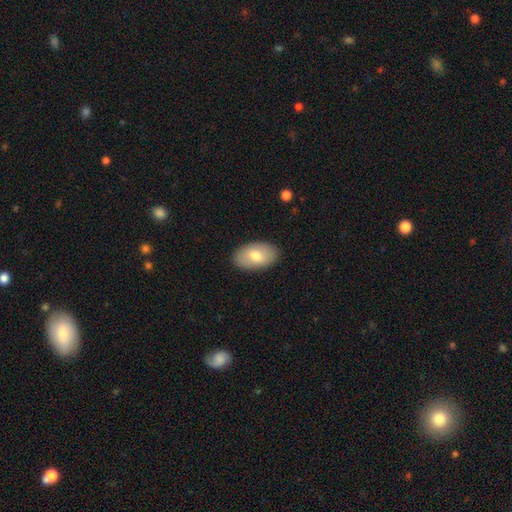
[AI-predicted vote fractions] A smooth galaxy with no disk features (74%) that is in between round and cigar-shaped (93%).

Vote fractions:
- Smooth or featured? smooth: 74% / featured or disk: 21% / star or artifact: 6%
- How rounded? in between: 93% / round: 5% / cigar-shaped: 1%
- Merging? none: 88% / minor disturbance: 9% / major disturbance: 2% / merger: 1%